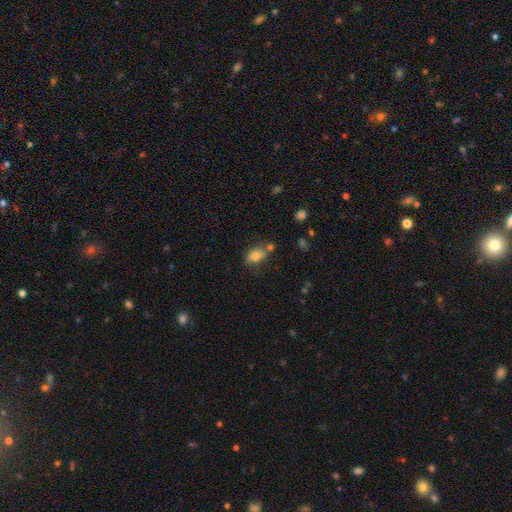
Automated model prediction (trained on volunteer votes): Overall: smooth (79%). How rounded: in between (85%). Merging: none (61%).